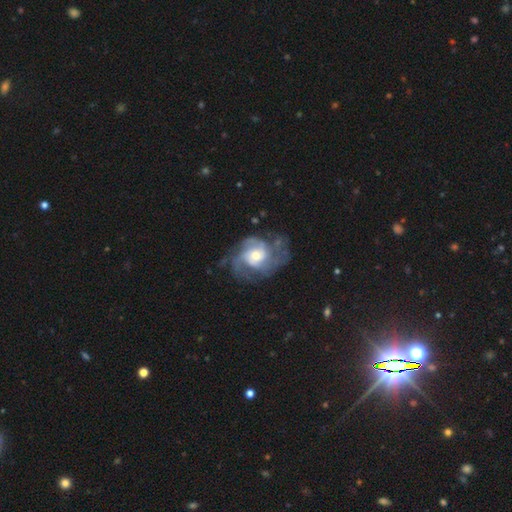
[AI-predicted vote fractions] This is clearly a featured or disk galaxy (83%). It is clearly not viewed edge-on (98%). Bar: likely no (69%). Spiral arm pattern: clearly yes (92%). Spiral arm count: marginally 3 (28%). Spiral winding: marginally medium (45%). Central bulge: likely moderate (60%). Merging: possibly none (56%).